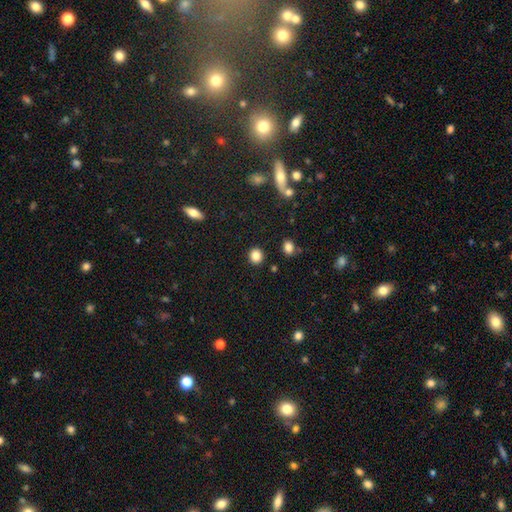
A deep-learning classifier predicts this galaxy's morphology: This is clearly a smooth galaxy (85%). How rounded: clearly round (81%). Merging: clearly none (89%).